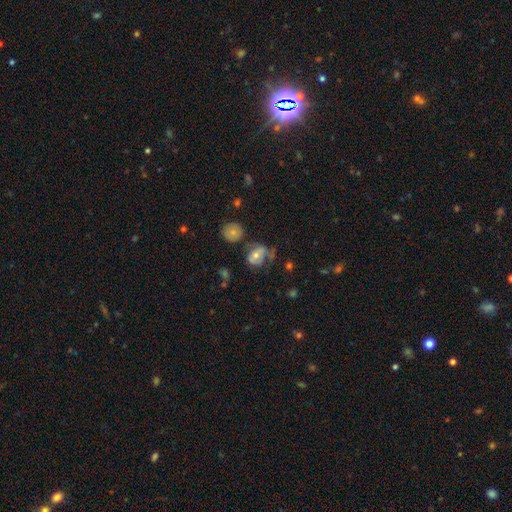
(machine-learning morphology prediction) A smooth galaxy with no disk features (53%) that is round (51%).

Vote fractions:
- Smooth or featured? smooth: 53% / featured or disk: 37% / star or artifact: 11%
- How rounded? round: 51% / in between: 48% / cigar-shaped: 1%
- Merging? none: 44% / minor disturbance: 26% / major disturbance: 19% / merger: 11%